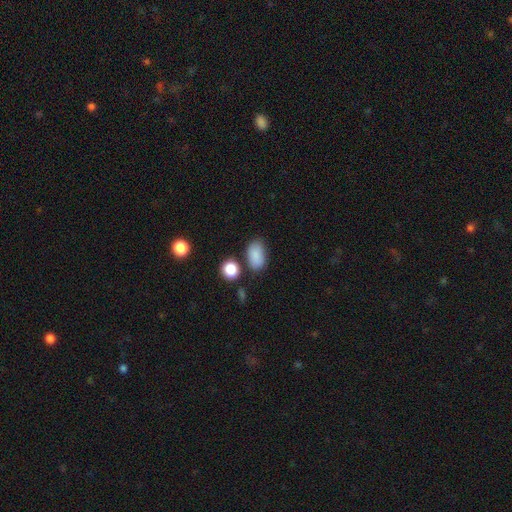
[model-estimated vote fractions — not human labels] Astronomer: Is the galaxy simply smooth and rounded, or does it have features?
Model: smooth — 86%.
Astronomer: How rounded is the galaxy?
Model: in between — 88%.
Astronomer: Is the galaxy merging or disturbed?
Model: none — 71%.